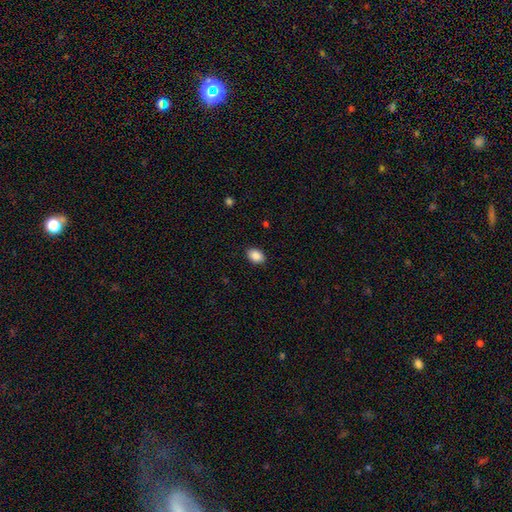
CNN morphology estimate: Smooth or featured? smooth (88%)
How rounded? in between (80%)
Merging? none (89%)